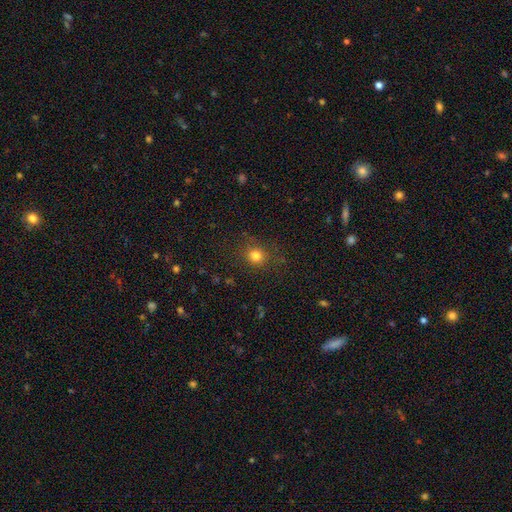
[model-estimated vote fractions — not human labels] Q: Smooth or featured?
A: smooth (79%); runner-up: star or artifact (15%)
Q: How rounded?
A: round (84%); runner-up: in between (15%)
Q: Merging?
A: none (83%); runner-up: minor disturbance (11%)